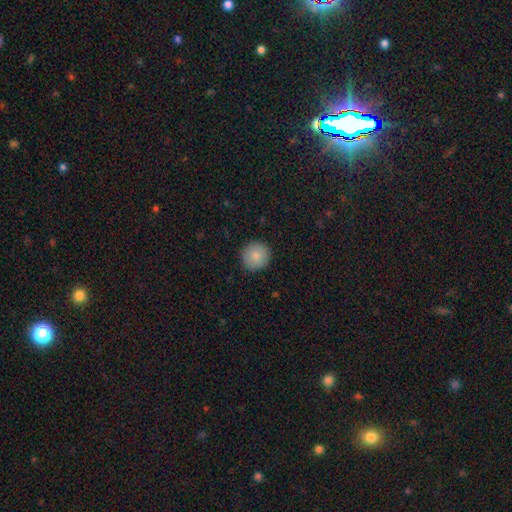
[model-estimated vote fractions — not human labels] Smooth or featured: smooth — 86% (star or artifact — 8%)
How rounded: round — 94% (in between — 5%)
Merging: none — 91% (minor disturbance — 6%)